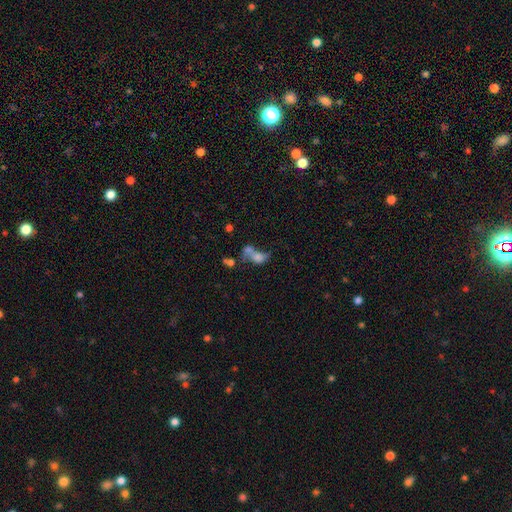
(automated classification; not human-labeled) This appears to be a smooth galaxy with no disk features (64%) that is in between round and cigar-shaped (69%). Merging: merger (60%).